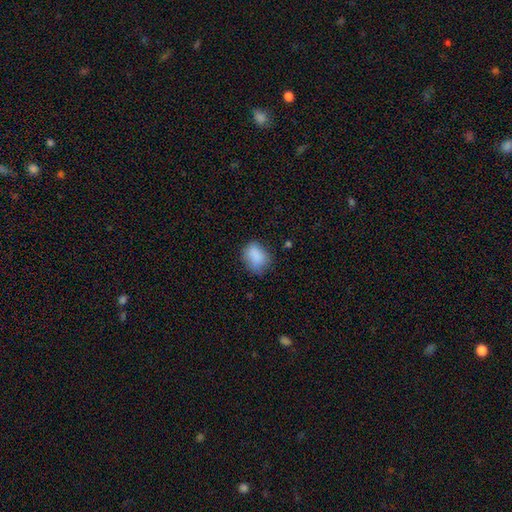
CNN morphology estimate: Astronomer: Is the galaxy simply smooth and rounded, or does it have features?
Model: smooth — 85%.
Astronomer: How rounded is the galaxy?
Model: in between — 64%.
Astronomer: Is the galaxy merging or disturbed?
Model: none — 65%.